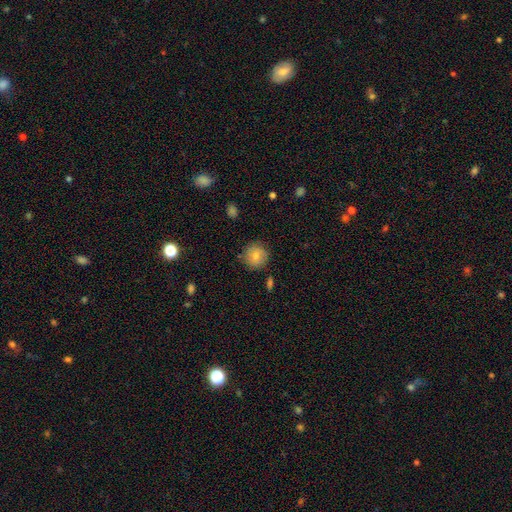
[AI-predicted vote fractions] Smooth or featured? smooth (77%)
How rounded? round (93%)
Merging? none (84%)